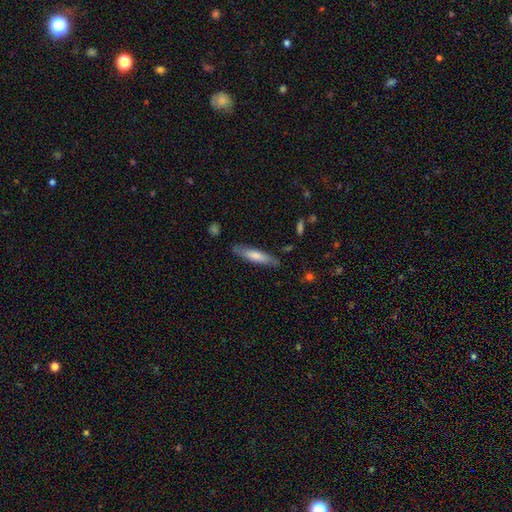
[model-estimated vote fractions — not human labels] smooth 69%, featured or disk 25%, star or artifact 6%. Down the decision tree: how rounded — cigar-shaped (80%); merging — none (82%).